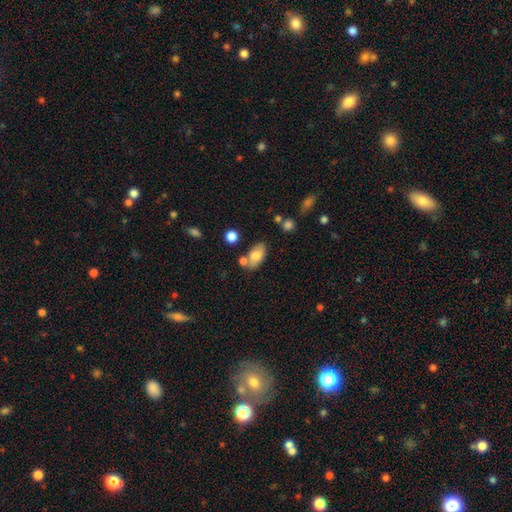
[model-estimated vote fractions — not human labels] smooth 76%, featured or disk 17%, star or artifact 8%. Down the decision tree: how rounded — in between (91%); merging — none (68%).